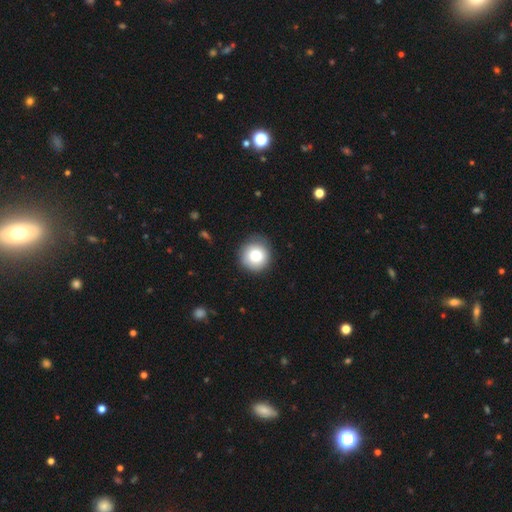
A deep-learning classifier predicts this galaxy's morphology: smooth 84%, star or artifact 9%, featured or disk 8%. Down the decision tree: how rounded — round (94%); merging — none (84%).